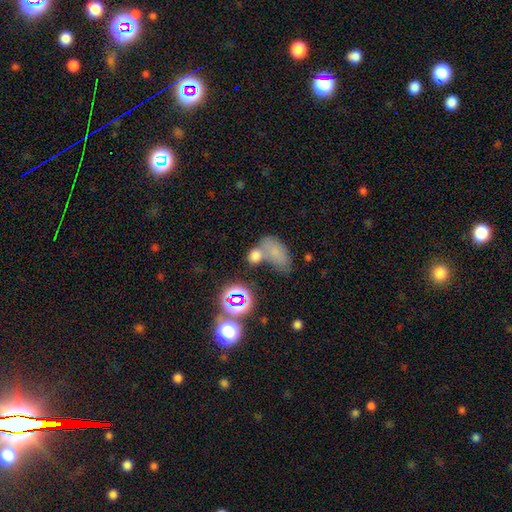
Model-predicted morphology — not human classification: smooth-or-featured: smooth: 66% | star or artifact: 21% | featured or disk: 12%
  how-rounded: in between: 77% | round: 20% | cigar-shaped: 3%
  merging: merger: 47% | none: 34% | minor disturbance: 12% | major disturbance: 7%